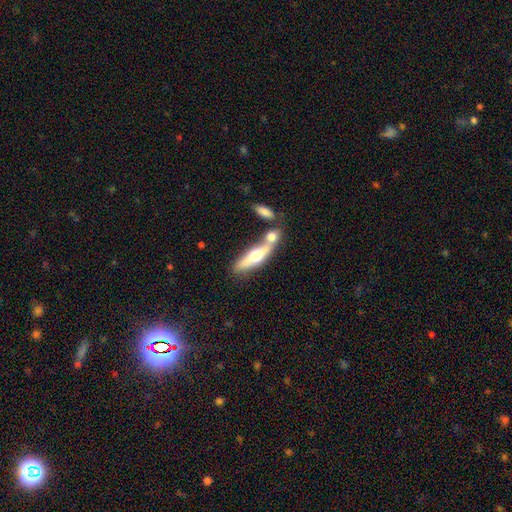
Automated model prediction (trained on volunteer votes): Smooth or featured? Predicted: featured or disk (p=0.47, tied with smooth). Merging? Predicted: none (p=0.44).